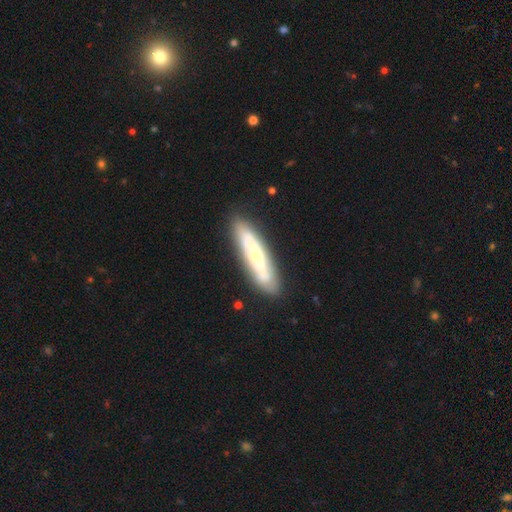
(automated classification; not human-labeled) Smooth or featured? Predicted: featured or disk (p=0.57). Edge-on disk? Predicted: yes (p=0.51). Merging? Predicted: none (p=0.82).